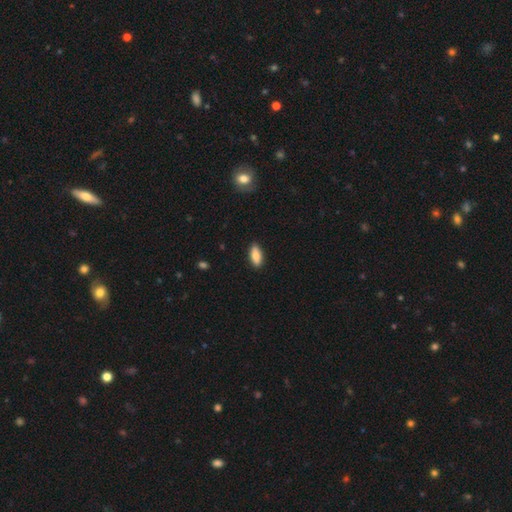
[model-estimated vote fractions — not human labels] Smooth or featured?
  - smooth: 79% *
  - featured or disk: 15%
  - star or artifact: 6%
How rounded?
  - in between: 79% *
  - cigar-shaped: 18%
  - round: 2%
Merging?
  - none: 88% *
  - minor disturbance: 9%
  - major disturbance: 2%
  - merger: 1%